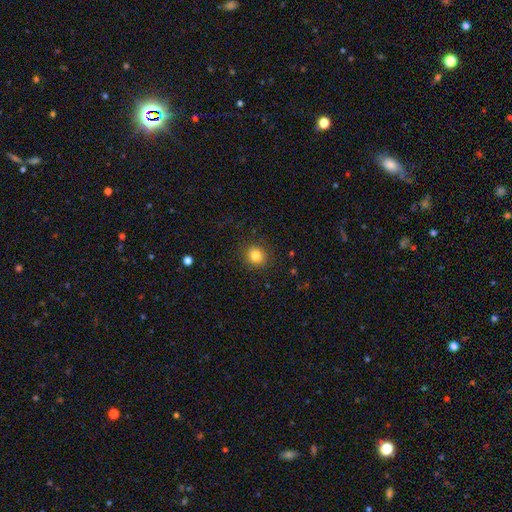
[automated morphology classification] Overall: smooth (82%). How rounded: round (85%). Merging: none (90%).